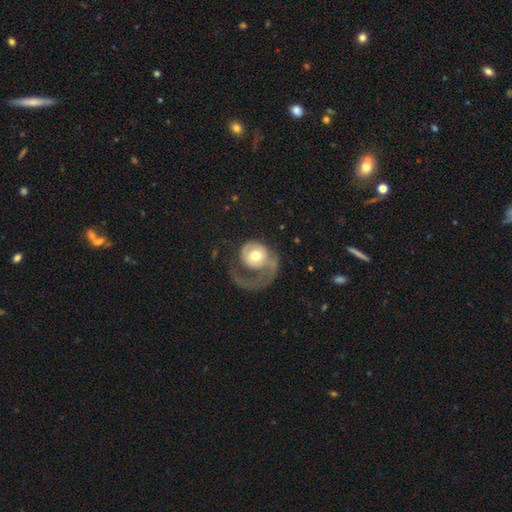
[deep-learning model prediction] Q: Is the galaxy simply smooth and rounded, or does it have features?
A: featured or disk — 54%.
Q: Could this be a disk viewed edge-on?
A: no — 97%.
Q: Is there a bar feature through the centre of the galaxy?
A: no — 82%.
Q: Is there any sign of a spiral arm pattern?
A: yes — 64%.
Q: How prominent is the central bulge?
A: moderate — 65%.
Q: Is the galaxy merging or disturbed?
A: major disturbance — 64%.